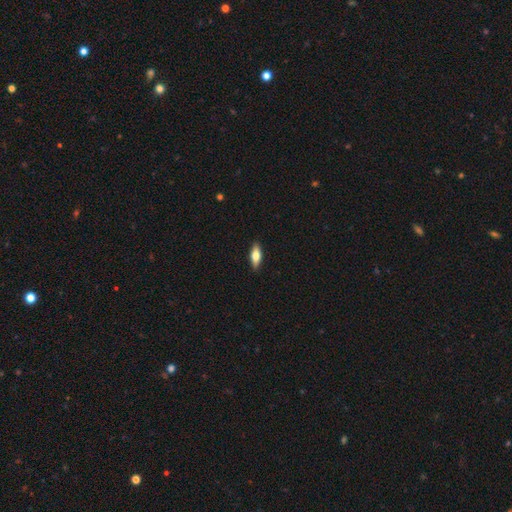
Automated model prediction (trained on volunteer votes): A smooth galaxy with no disk features (61%) that is in between round and cigar-shaped (63%).

Vote fractions:
- Smooth or featured? smooth: 61% / featured or disk: 33% / star or artifact: 6%
- How rounded? in between: 63% / cigar-shaped: 34% / round: 3%
- Merging? none: 89% / minor disturbance: 8% / major disturbance: 2% / merger: 1%